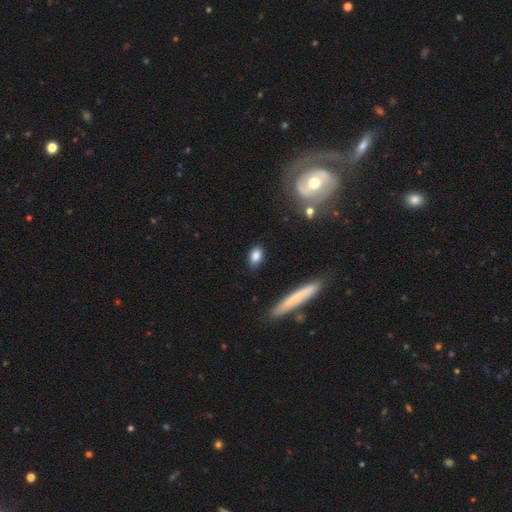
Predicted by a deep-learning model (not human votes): Smooth or featured?
  - smooth: 84% *
  - featured or disk: 8%
  - star or artifact: 8%
How rounded?
  - in between: 83% *
  - round: 10%
  - cigar-shaped: 7%
Merging?
  - none: 85% *
  - minor disturbance: 11%
  - major disturbance: 3%
  - merger: 2%